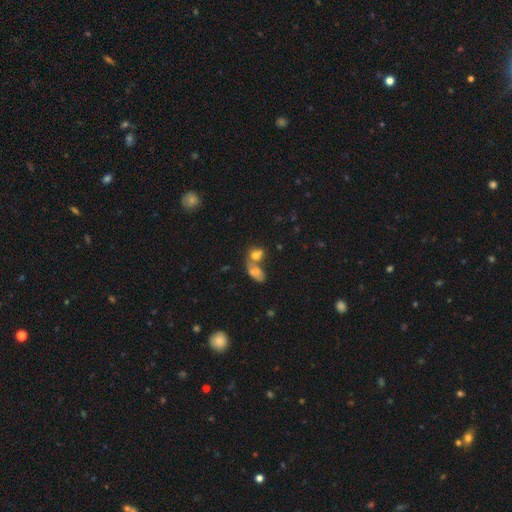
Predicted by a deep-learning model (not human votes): Q: Smooth or featured?
A: smooth (72%); runner-up: featured or disk (16%)
Q: How rounded?
A: in between (66%); runner-up: round (31%)
Q: Merging?
A: merger (64%); runner-up: none (24%)